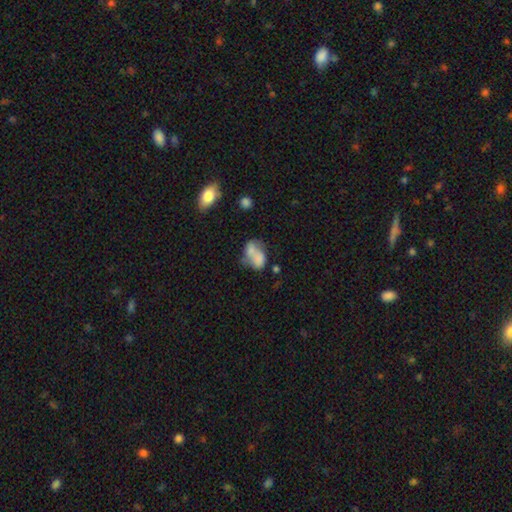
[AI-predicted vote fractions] Q: Smooth or featured?
A: smooth (64%); runner-up: featured or disk (26%)
Q: How rounded?
A: in between (79%); runner-up: round (19%)
Q: Merging?
A: merger (50%); runner-up: none (22%)